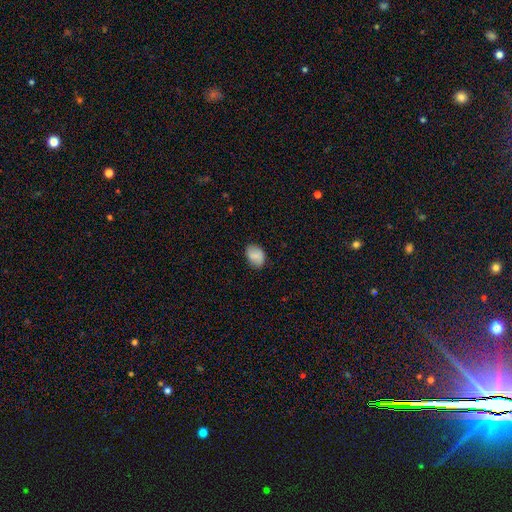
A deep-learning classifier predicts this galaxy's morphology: A smooth galaxy with no disk features (81%) that is in between round and cigar-shaped (70%).

Vote fractions:
- Smooth or featured? smooth: 81% / featured or disk: 10% / star or artifact: 8%
- How rounded? in between: 70% / round: 29% / cigar-shaped: 1%
- Merging? none: 78% / minor disturbance: 17% / major disturbance: 4% / merger: 1%